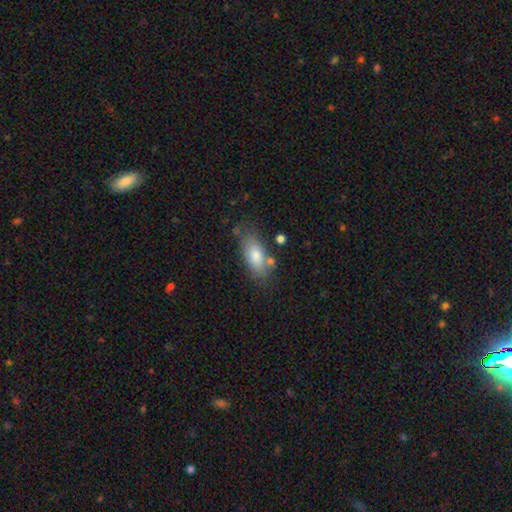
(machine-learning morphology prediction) Overall: smooth (78%). How rounded: in between (83%). Merging: none (69%).